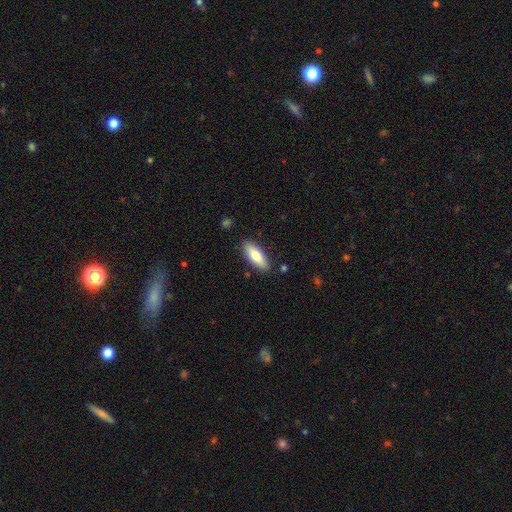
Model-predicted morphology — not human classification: smooth 78%, featured or disk 16%, star or artifact 6%. Down the decision tree: how rounded — in between (70%); merging — none (87%).